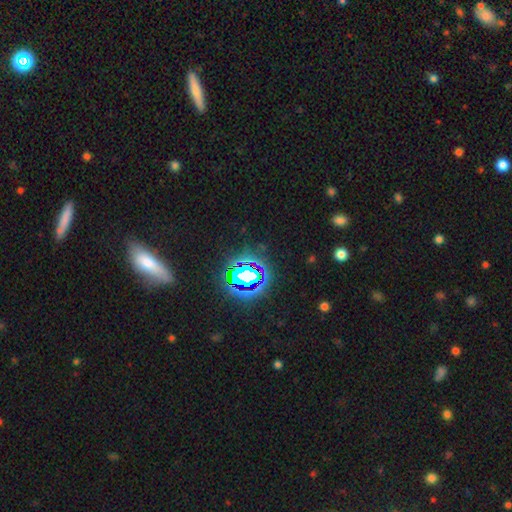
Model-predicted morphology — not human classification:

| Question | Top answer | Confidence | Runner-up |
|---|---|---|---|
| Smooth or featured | star or artifact | 64% | smooth (23%) |